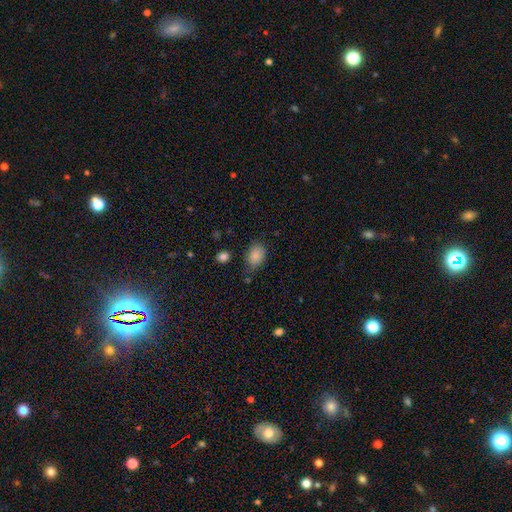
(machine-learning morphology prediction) Overall: smooth (86%). How rounded: in between (78%). Merging: none (71%).